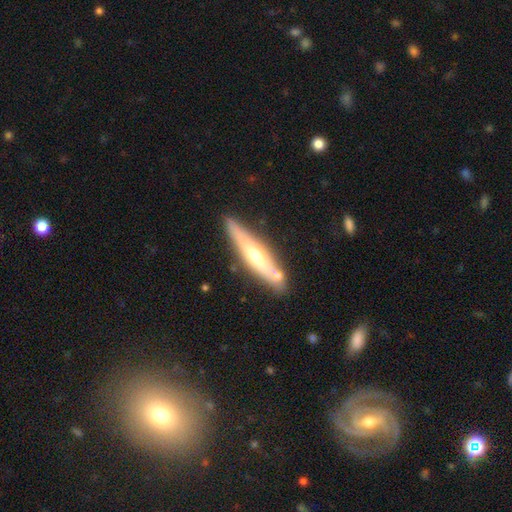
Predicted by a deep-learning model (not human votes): Smooth or featured?
  - featured or disk: 49% *
  - smooth: 45%
  - star or artifact: 6%
Merging?
  - none: 77% *
  - minor disturbance: 12%
  - merger: 8%
  - major disturbance: 3%